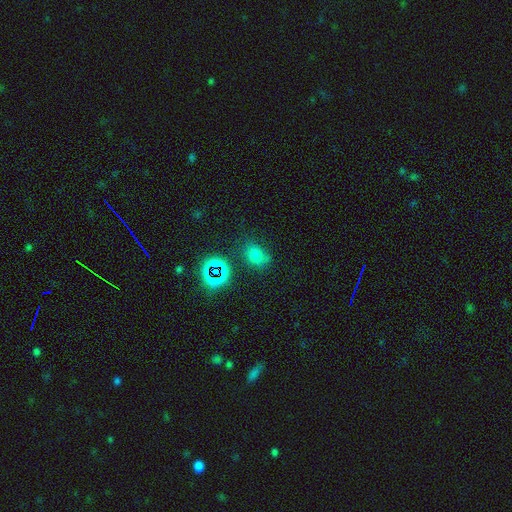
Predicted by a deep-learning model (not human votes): Overall: smooth (66%). How rounded: in between (65%; round 33%). Merging: none (69%).